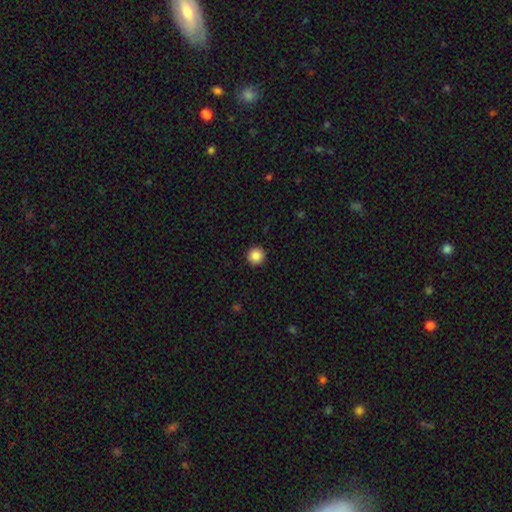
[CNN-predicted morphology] A smooth galaxy with no disk features (87%) that is round (96%). Merging: none (93%).